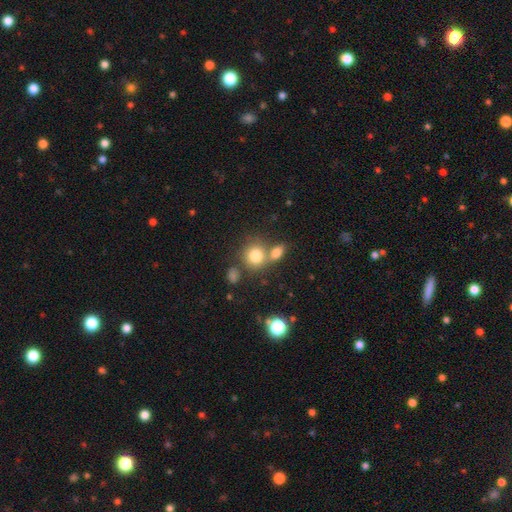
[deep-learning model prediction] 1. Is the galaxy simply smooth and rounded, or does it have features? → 79% smooth, 11% star or artifact, 10% featured or disk.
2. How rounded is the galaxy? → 77% round, 22% in between, 1% cigar-shaped.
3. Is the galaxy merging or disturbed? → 47% none, 38% merger, 10% minor disturbance, 4% major disturbance.